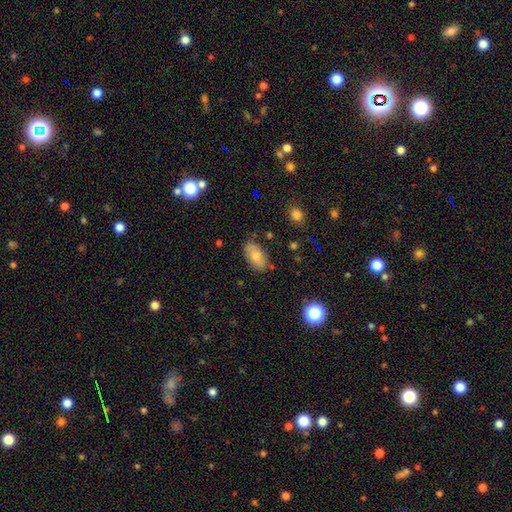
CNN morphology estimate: smooth_or_featured: smooth (p=0.75) [alt: featured or disk p=0.18]
how_rounded: in between (p=0.93) [alt: round p=0.04]
merging: none (p=0.82) [alt: minor disturbance p=0.13]